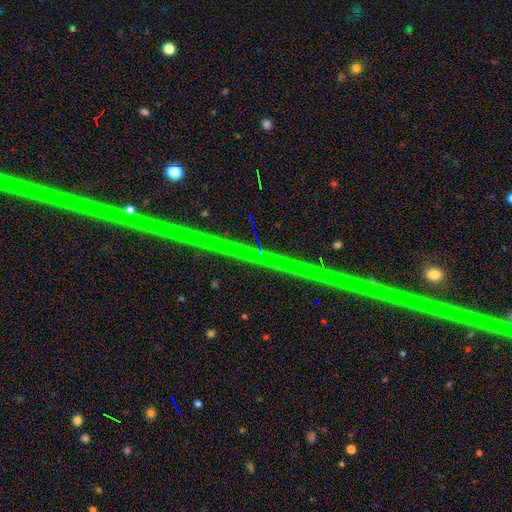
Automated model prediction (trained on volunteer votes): A star or artifact, not a galaxy (89%).

Vote fractions:
- Smooth or featured? star or artifact: 89% / featured or disk: 7% / smooth: 4%